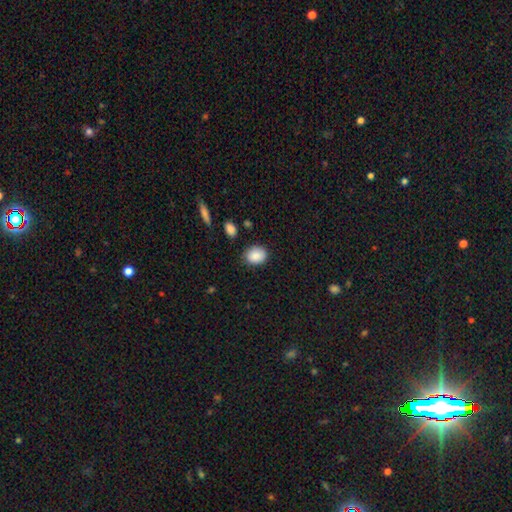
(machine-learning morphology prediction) Q: Smooth or featured?
A: smooth (88%); runner-up: star or artifact (8%)
Q: How rounded?
A: in between (55%); runner-up: round (44%)
Q: Merging?
A: none (82%); runner-up: minor disturbance (13%)